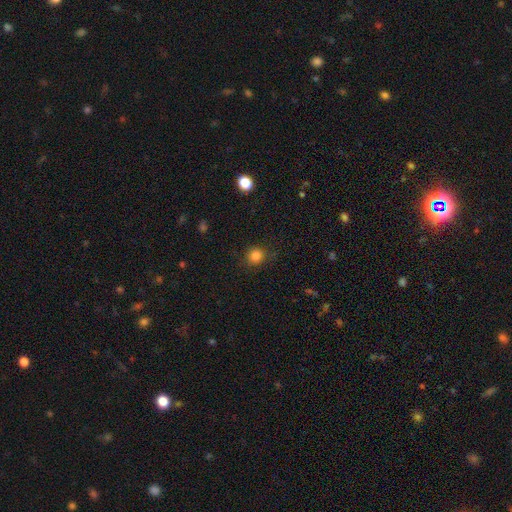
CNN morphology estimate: This appears to be a smooth galaxy with no disk features (83%) that is round (89%). Merging: none (87%).